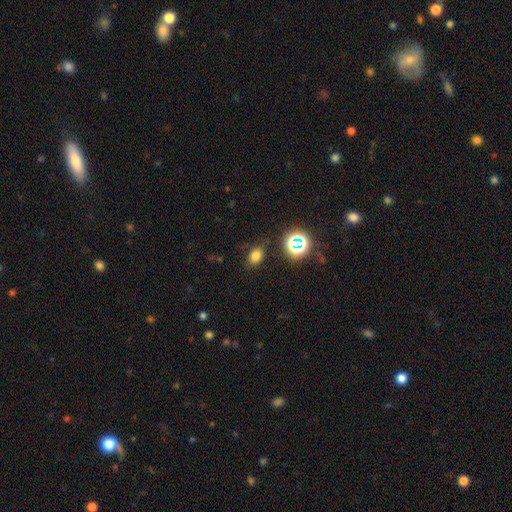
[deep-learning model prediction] Overall: smooth (73%). How rounded: in between (74%). Merging: none (82%).